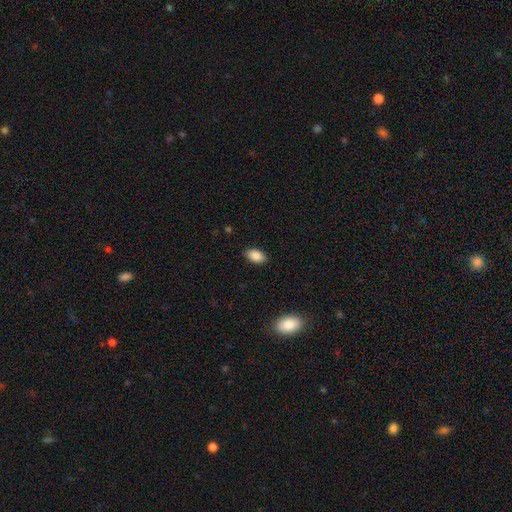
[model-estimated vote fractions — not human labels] Smooth or featured?
  - smooth: 88% *
  - star or artifact: 8%
  - featured or disk: 5%
How rounded?
  - in between: 93% *
  - round: 5%
  - cigar-shaped: 2%
Merging?
  - none: 87% *
  - minor disturbance: 10%
  - major disturbance: 2%
  - merger: 1%